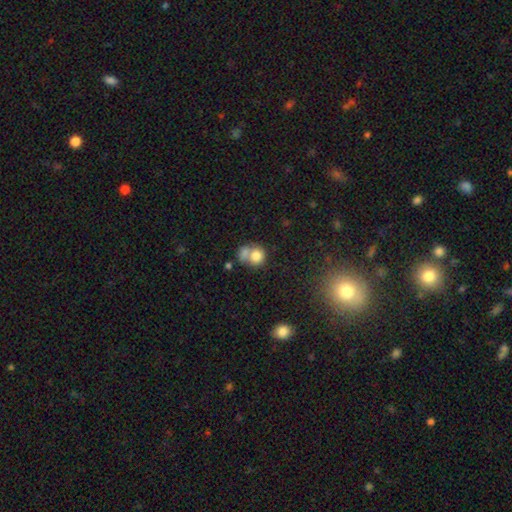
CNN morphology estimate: smooth-or-featured: smooth: 78% | featured or disk: 12% | star or artifact: 10%
  how-rounded: round: 74% | in between: 25% | cigar-shaped: 1%
  merging: merger: 51% | none: 32% | minor disturbance: 10% | major disturbance: 7%